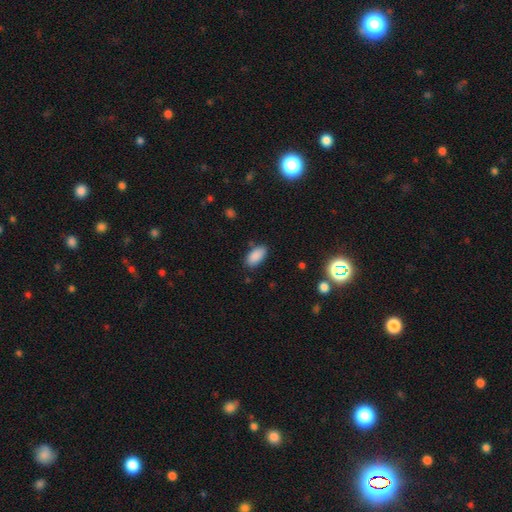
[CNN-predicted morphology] Smooth or featured? smooth (89%)
How rounded? in between (93%)
Merging? none (83%)